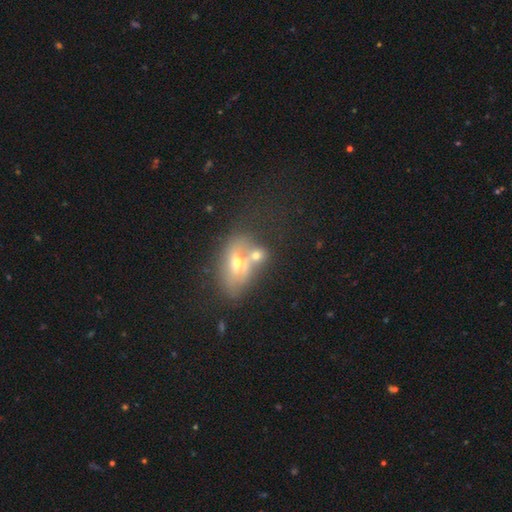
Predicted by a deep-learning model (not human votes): Smooth or featured? Predicted: smooth (p=0.56). How rounded? Predicted: in between (p=0.67). Merging? Predicted: merger (p=0.60).